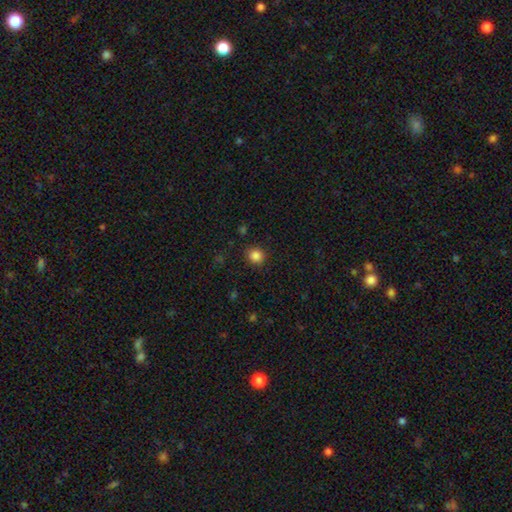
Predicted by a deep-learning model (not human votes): Overall: smooth (85%). How rounded: round (87%). Merging: none (88%).